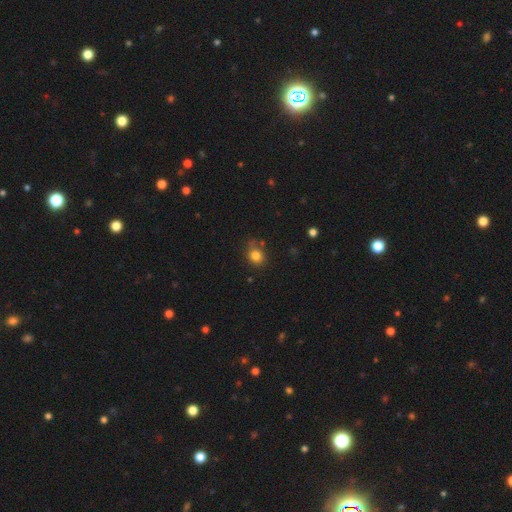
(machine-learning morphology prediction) A smooth galaxy with no disk features (81%) that is round (70%). Merging: none (69%).